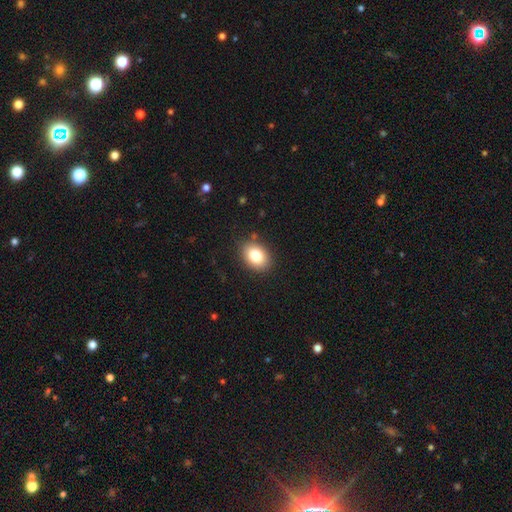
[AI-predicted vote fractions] Smooth or featured? Predicted: smooth (p=0.83). How rounded? Predicted: in between (p=0.75). Merging? Predicted: none (p=0.86).